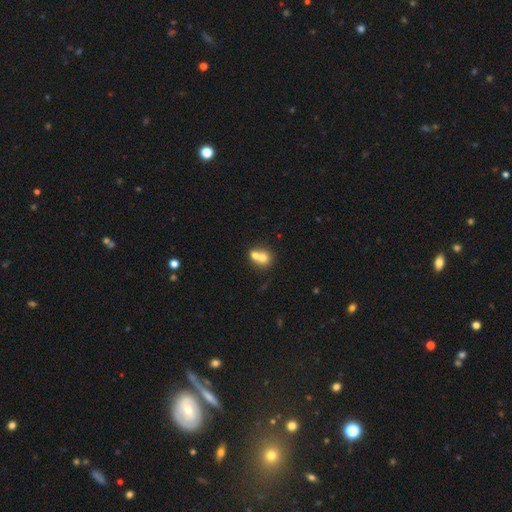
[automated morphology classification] This appears to be a smooth galaxy with no disk features (70%) that is round (68%). Merging: merger (67%).